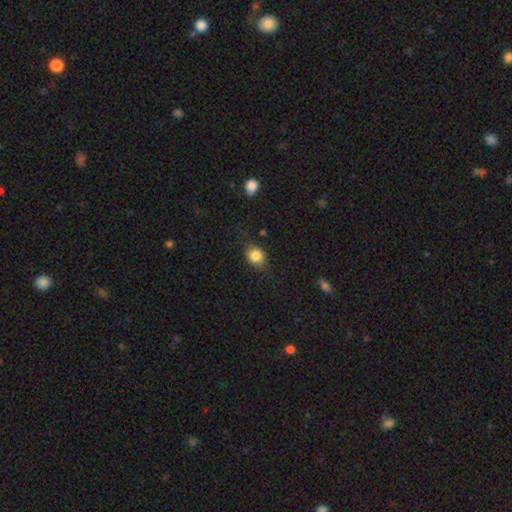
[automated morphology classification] Overall: smooth (81%). How rounded: round (62%; in between 36%). Merging: none (69%).